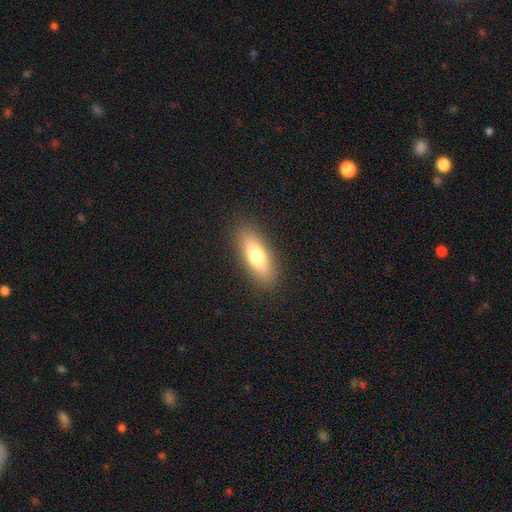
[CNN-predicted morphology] A smooth galaxy with no disk features (74%) that is in between round and cigar-shaped (61%).

Vote fractions:
- Smooth or featured? smooth: 74% / featured or disk: 19% / star or artifact: 7%
- How rounded? in between: 61% / cigar-shaped: 37% / round: 3%
- Merging? none: 88% / minor disturbance: 8% / major disturbance: 3% / merger: 1%